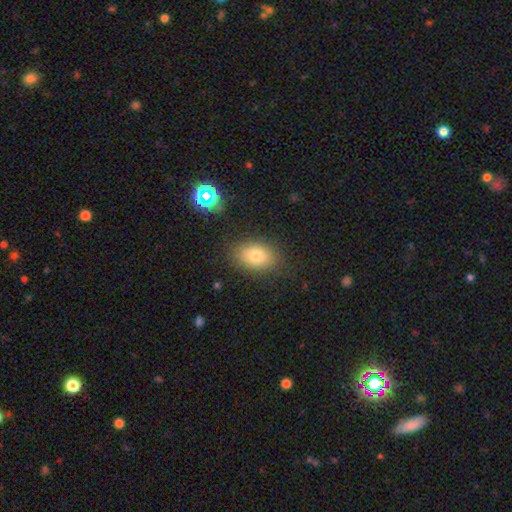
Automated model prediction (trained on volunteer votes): smooth_or_featured: smooth (p=0.77) [alt: star or artifact p=0.12]
how_rounded: in between (p=0.80) [alt: round p=0.19]
merging: none (p=0.84) [alt: minor disturbance p=0.11]